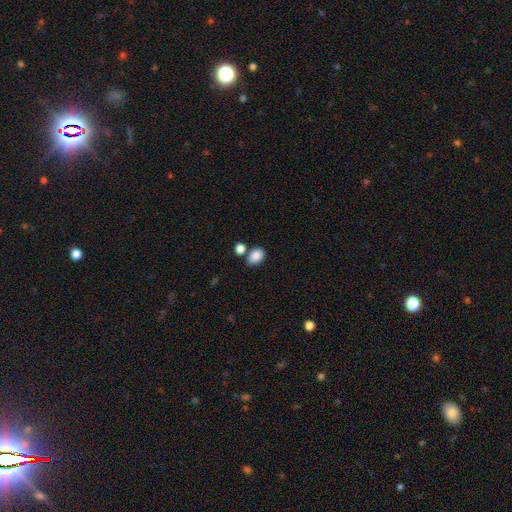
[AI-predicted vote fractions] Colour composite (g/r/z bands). It shows a smooth galaxy with no disk features (87%) that is in between round and cigar-shaped (76%). Merging: none (64%).